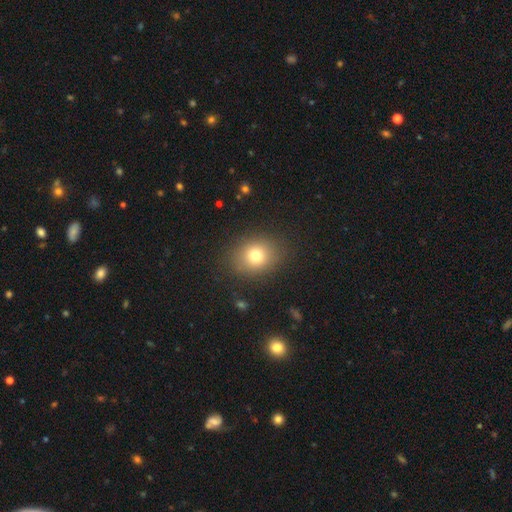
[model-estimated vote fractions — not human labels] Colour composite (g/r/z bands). It shows a smooth galaxy with no disk features (77%) that is round (55%). Merging: none (85%).